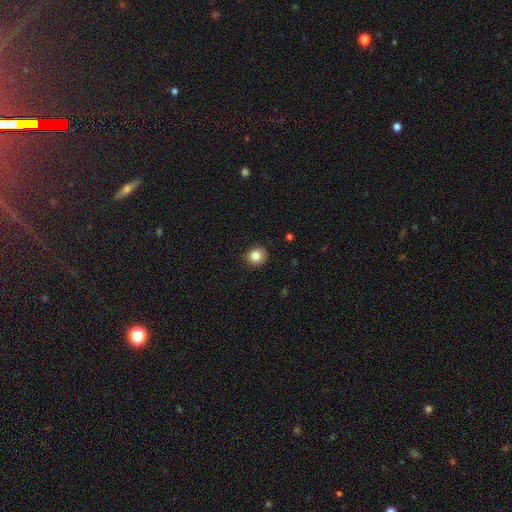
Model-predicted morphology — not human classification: Smooth or featured: smooth — 83% (star or artifact — 11%)
How rounded: round — 88% (in between — 11%)
Merging: none — 85% (minor disturbance — 11%)